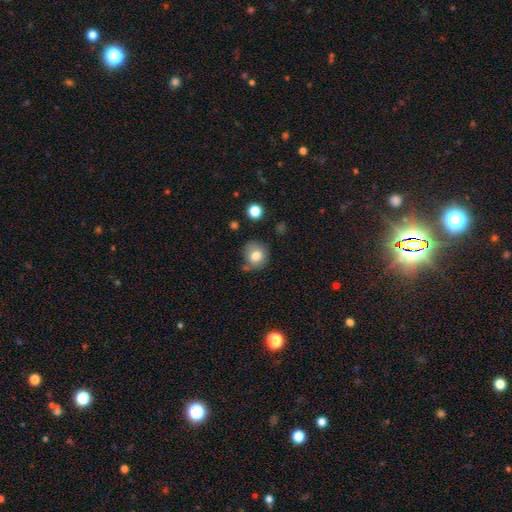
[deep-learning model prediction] smooth_or_featured: smooth (p=0.79) [alt: featured or disk p=0.11]
how_rounded: round (p=0.80) [alt: in between p=0.19]
merging: none (p=0.64) [alt: minor disturbance p=0.23]